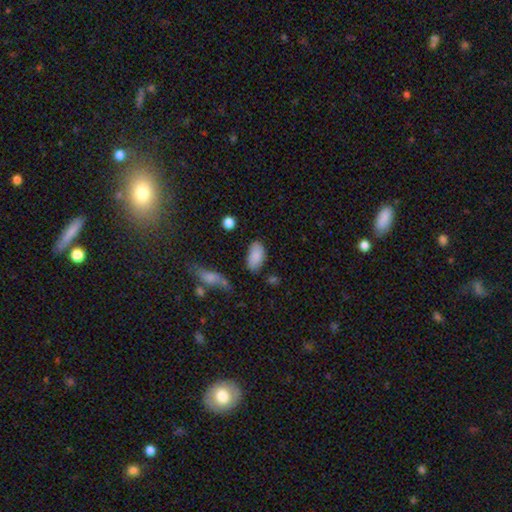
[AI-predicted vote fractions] smooth_or_featured: smooth (p=0.86) [alt: star or artifact p=0.07]
how_rounded: in between (p=0.94) [alt: round p=0.03]
merging: none (p=0.75) [alt: minor disturbance p=0.16]